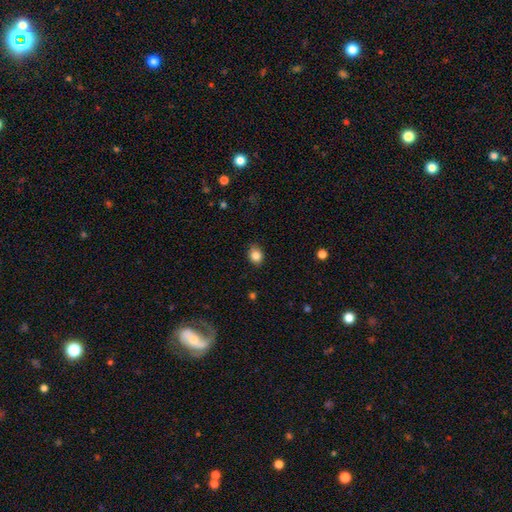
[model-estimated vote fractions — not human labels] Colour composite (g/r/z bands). It shows a smooth galaxy with no disk features (85%) that is round (56%). Merging: none (83%).